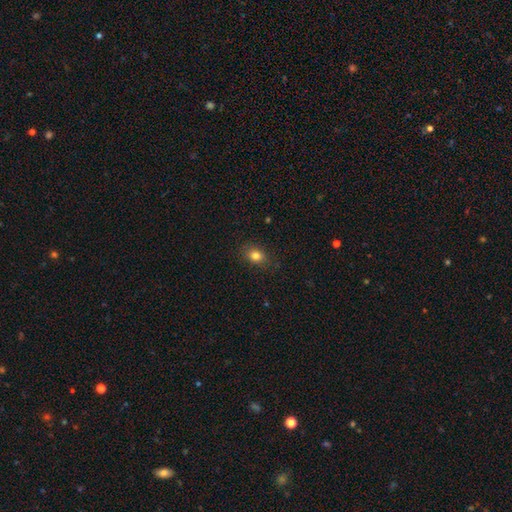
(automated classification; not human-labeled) The model was most divided on "how rounded": in between: 61%, round: 37%, cigar-shaped: 1%. More confident: merging — none (84%); smooth or featured — smooth (81%).